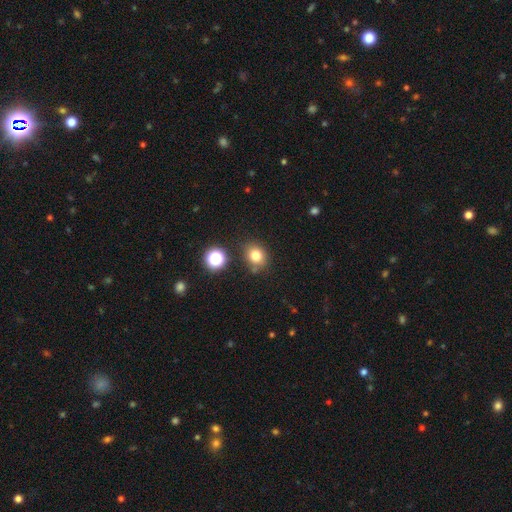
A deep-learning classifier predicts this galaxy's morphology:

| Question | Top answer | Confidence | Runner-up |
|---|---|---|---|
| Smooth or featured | smooth | 78% | star or artifact (14%) |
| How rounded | round | 69% | in between (30%) |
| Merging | none | 76% | minor disturbance (14%) |